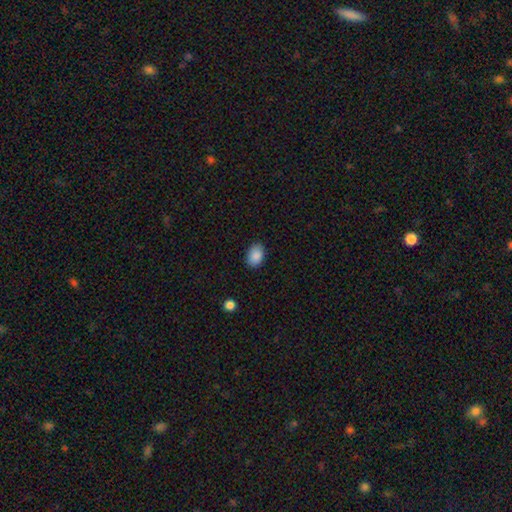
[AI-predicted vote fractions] Overall: smooth (89%). How rounded: in between (83%). Merging: none (87%).